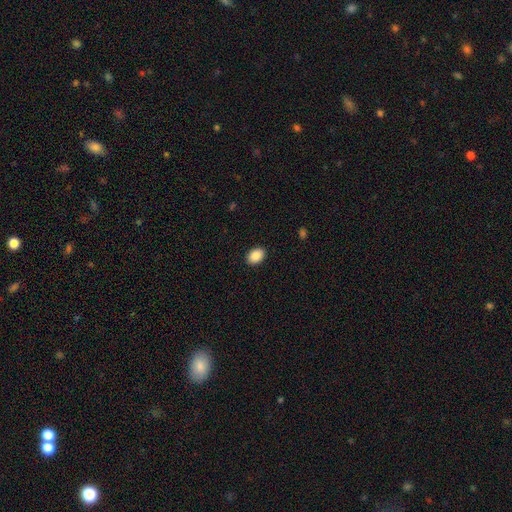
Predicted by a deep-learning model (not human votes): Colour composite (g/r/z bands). It shows a smooth galaxy with no disk features (88%) that is in between round and cigar-shaped (79%). Merging: none (90%).